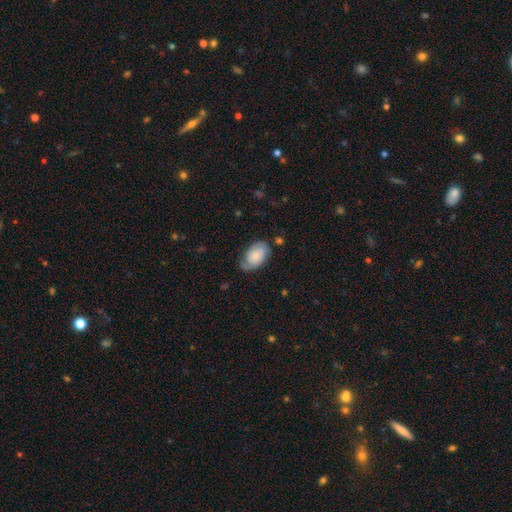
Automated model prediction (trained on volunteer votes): Morphology: type=smooth (61%); roundness=in between (93%); merging=none (59%).